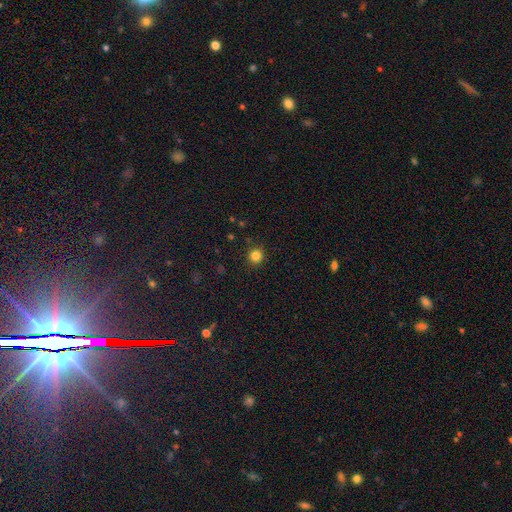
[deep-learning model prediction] Overall: smooth (83%). How rounded: round (93%). Merging: none (91%).